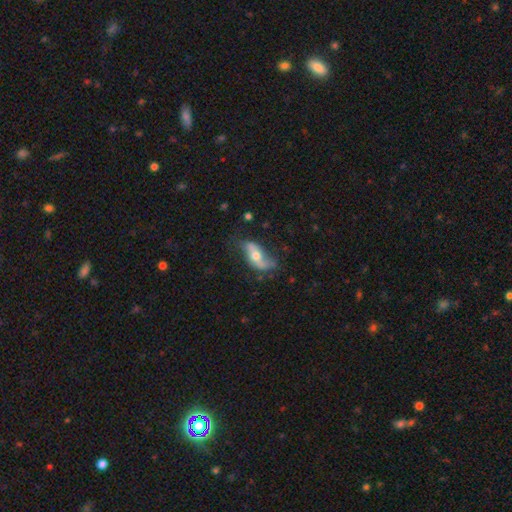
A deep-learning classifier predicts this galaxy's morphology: This is likely a featured or disk galaxy (66%). It is clearly not viewed edge-on (82%). Bar: possibly no (52%). Spiral arm pattern: likely yes (80%). Central bulge: likely moderate (65%). Merging: possibly none (57%).